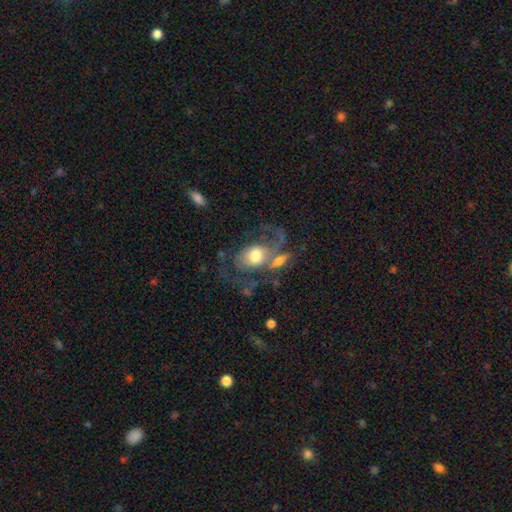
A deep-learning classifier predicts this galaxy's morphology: type=featured or disk (58%); edge-on=no (95%); bar=no (73%); spiral arms=yes (66%); bulge=moderate (58%); merging=major disturbance (30%, tied with merger).